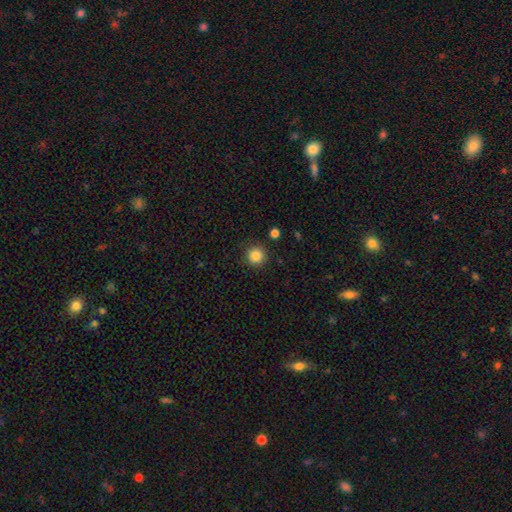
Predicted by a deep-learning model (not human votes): Smooth or featured: smooth — 86% (star or artifact — 11%)
How rounded: round — 95% (in between — 4%)
Merging: none — 90% (minor disturbance — 6%)